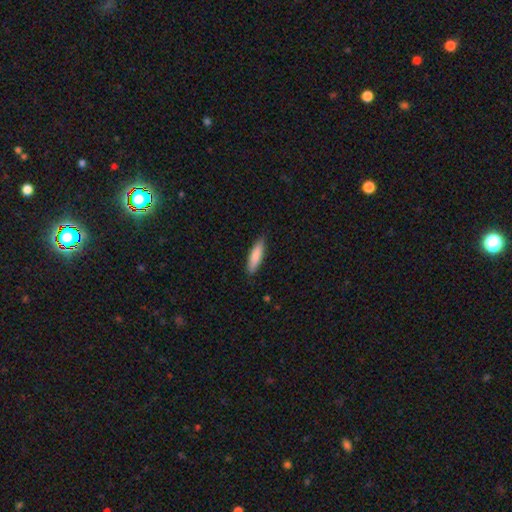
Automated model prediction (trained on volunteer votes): The model was most divided on "how rounded": cigar-shaped: 68%, in between: 30%, round: 1%. More confident: merging — none (87%); smooth or featured — smooth (85%).